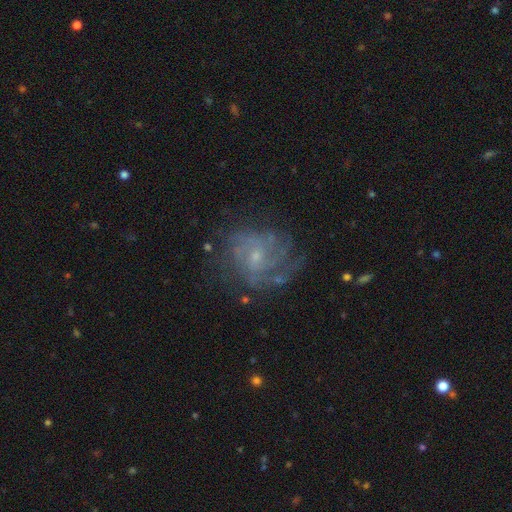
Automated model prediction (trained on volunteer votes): Smooth or featured: featured or disk — 75% (smooth — 13%)
Edge-on disk: no — 98% (yes — 2%)
Bar: no — 64% (weak — 31%)
Spiral arms: yes — 86% (no — 14%)
Spiral winding: tight — 44% (medium — 40%)
Spiral arm count: can't tell — 42% (3 — 17%)
Bulge size: small — 68% (moderate — 24%)
Merging: none — 64% (minor disturbance — 19%)